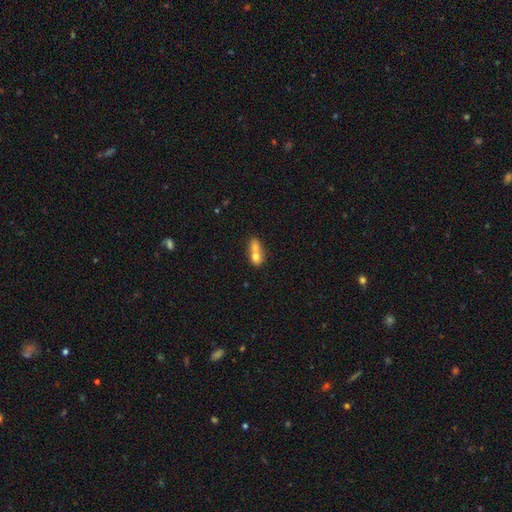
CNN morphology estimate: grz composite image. It shows a smooth galaxy with no disk features (68%) that is in between round and cigar-shaped (50%). Merging: merger (74%).